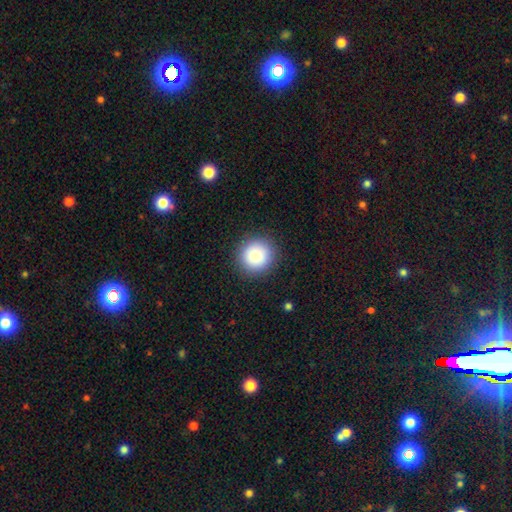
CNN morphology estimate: type=smooth (84%); roundness=round (94%); merging=none (91%).